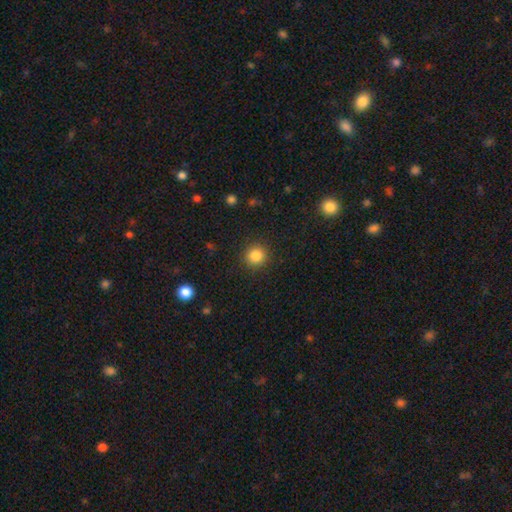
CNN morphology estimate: type=smooth (85%); roundness=round (93%); merging=none (91%).